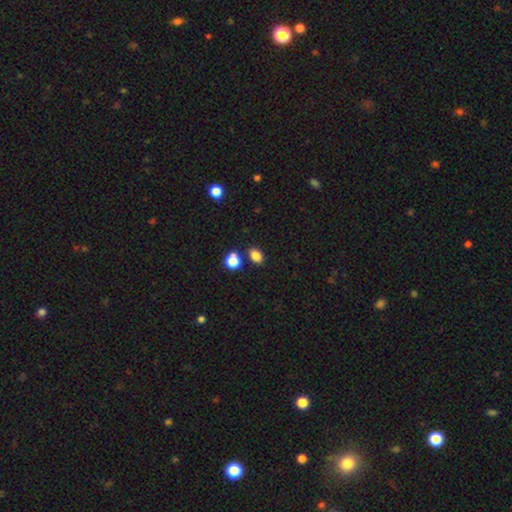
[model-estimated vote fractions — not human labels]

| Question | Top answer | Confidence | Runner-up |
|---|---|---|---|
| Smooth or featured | smooth | 83% | star or artifact (12%) |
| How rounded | in between | 75% | round (24%) |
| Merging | none | 77% | merger (11%) |